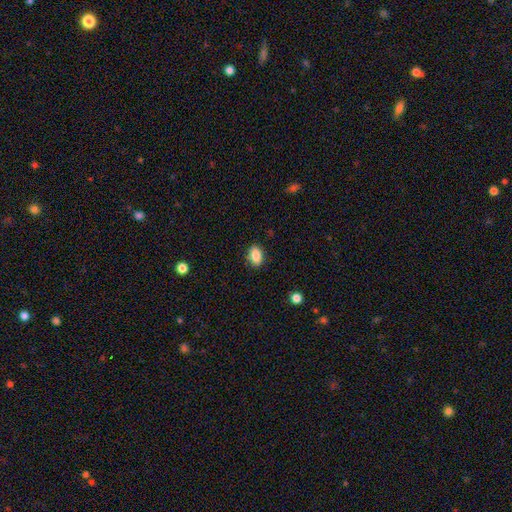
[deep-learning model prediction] This is clearly a smooth galaxy (87%). How rounded: clearly in between (87%). Merging: clearly none (87%).